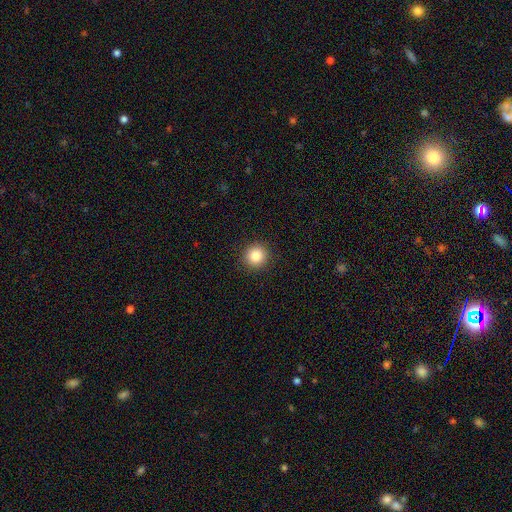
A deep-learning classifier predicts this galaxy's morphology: A smooth galaxy with no disk features (84%) that is round (94%).

Vote fractions:
- Smooth or featured? smooth: 84% / star or artifact: 10% / featured or disk: 5%
- How rounded? round: 94% / in between: 5% / cigar-shaped: 1%
- Merging? none: 92% / minor disturbance: 5% / major disturbance: 2% / merger: 1%